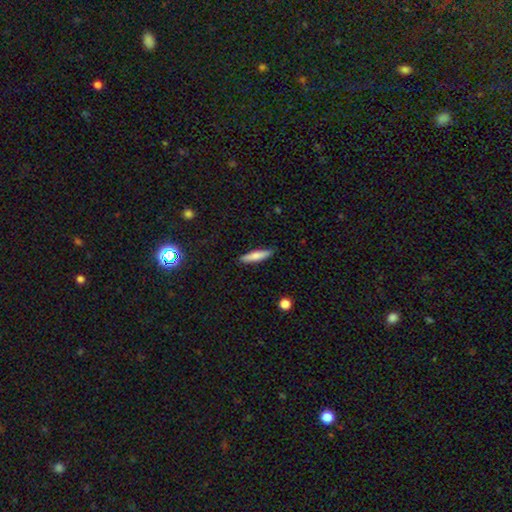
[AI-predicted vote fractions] Smooth or featured: smooth — 73% (featured or disk — 20%)
How rounded: cigar-shaped — 81% (in between — 17%)
Merging: none — 88% (minor disturbance — 9%)